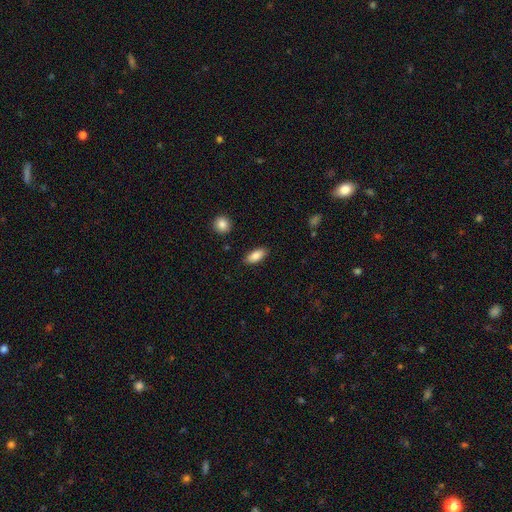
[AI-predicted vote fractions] Smooth or featured? Predicted: smooth (p=0.86). How rounded? Predicted: in between (p=0.85). Merging? Predicted: none (p=0.87).